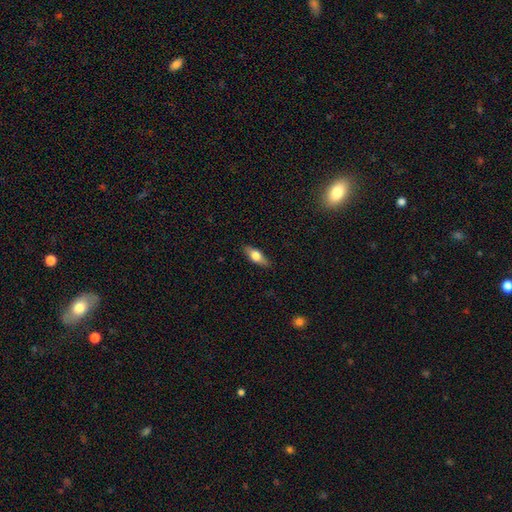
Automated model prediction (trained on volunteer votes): Morphology: type=smooth (61%); roundness=in between (66%); merging=none (86%).